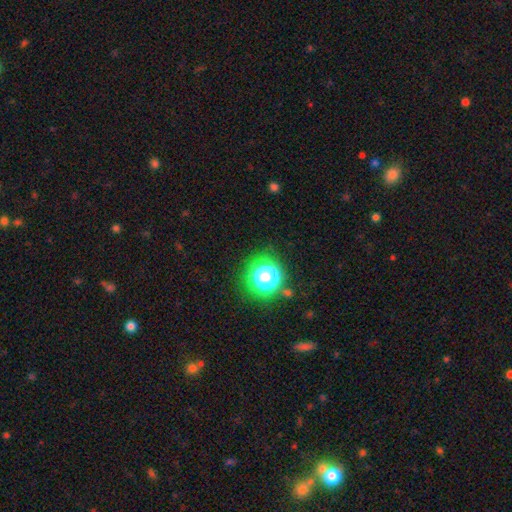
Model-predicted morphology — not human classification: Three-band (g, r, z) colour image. It shows a star or artifact, not a galaxy (64%).